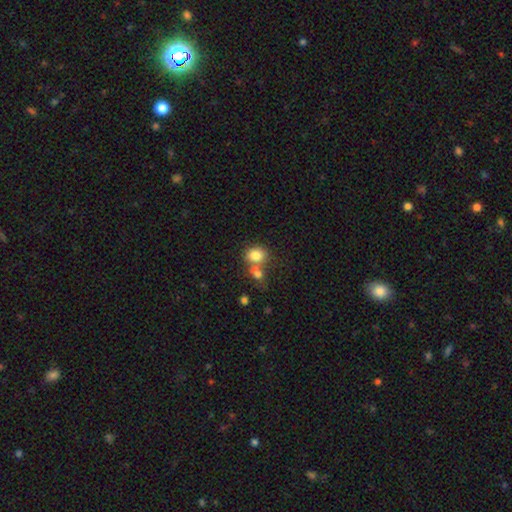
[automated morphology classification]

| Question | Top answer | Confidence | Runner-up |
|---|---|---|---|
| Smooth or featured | smooth | 80% | featured or disk (10%) |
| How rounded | round | 53% | in between (46%) |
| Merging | merger | 43% | none (42%) |